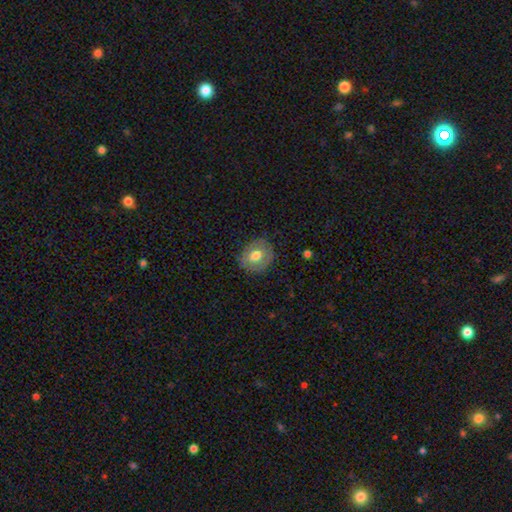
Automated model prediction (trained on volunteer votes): The model was most divided on "how rounded": round: 60%, in between: 40%, cigar-shaped: 1%. More confident: merging — none (81%); smooth or featured — smooth (65%).